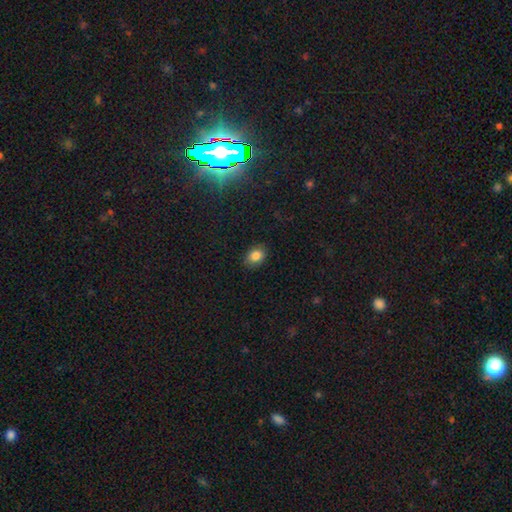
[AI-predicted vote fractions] smooth 84%, star or artifact 9%, featured or disk 7%. Down the decision tree: how rounded — in between (69%); merging — none (87%).